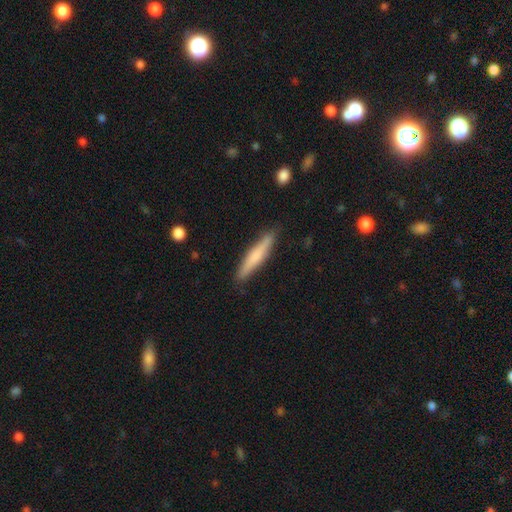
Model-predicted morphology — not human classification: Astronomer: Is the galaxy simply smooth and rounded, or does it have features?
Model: smooth — 62%.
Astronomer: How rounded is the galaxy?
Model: cigar-shaped — 91%.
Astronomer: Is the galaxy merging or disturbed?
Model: none — 88%.